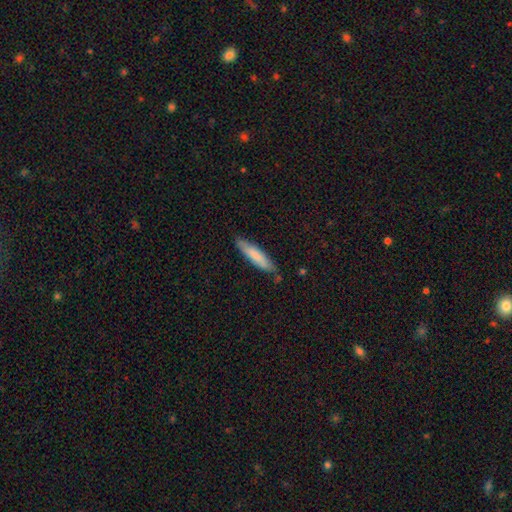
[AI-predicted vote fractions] smooth 76%, featured or disk 18%, star or artifact 5%. Down the decision tree: how rounded — cigar-shaped (82%); merging — none (82%).